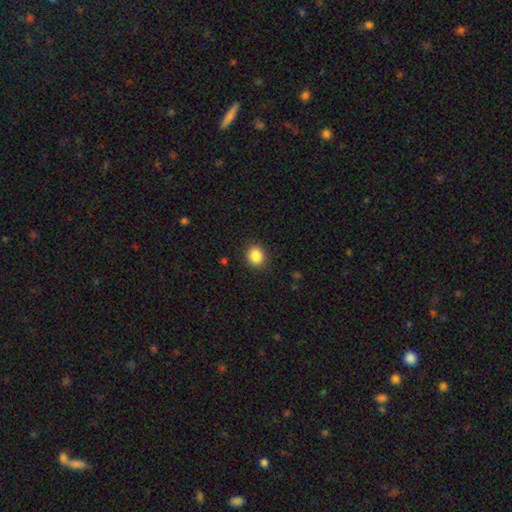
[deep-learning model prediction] Smooth or featured? smooth (87%)
How rounded? round (73%)
Merging? none (88%)